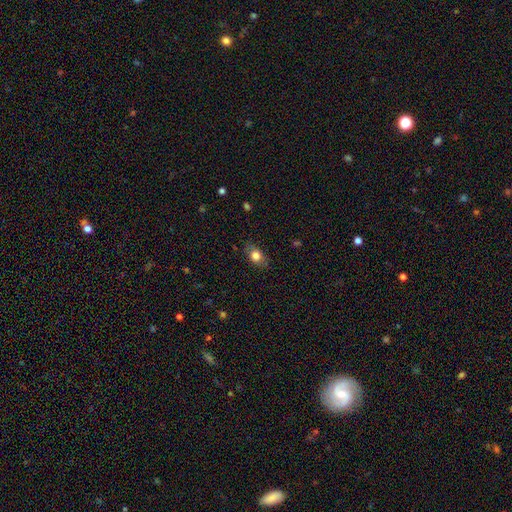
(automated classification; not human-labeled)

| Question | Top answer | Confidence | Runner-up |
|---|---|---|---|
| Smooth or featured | smooth | 78% | featured or disk (13%) |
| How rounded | in between | 77% | round (21%) |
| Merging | none | 79% | minor disturbance (16%) |